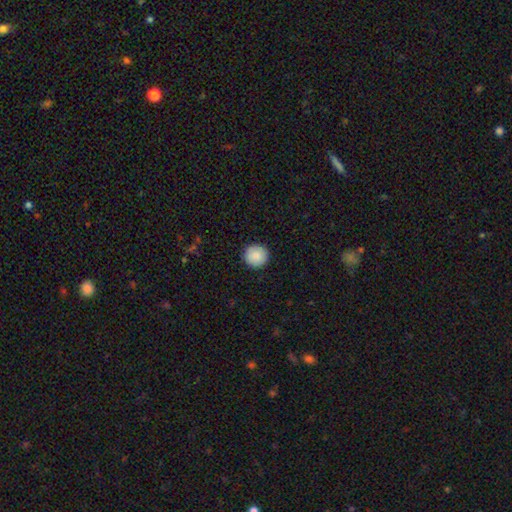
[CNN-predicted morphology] Smooth or featured: smooth — 89% (star or artifact — 7%)
How rounded: round — 95% (in between — 4%)
Merging: none — 92% (minor disturbance — 6%)